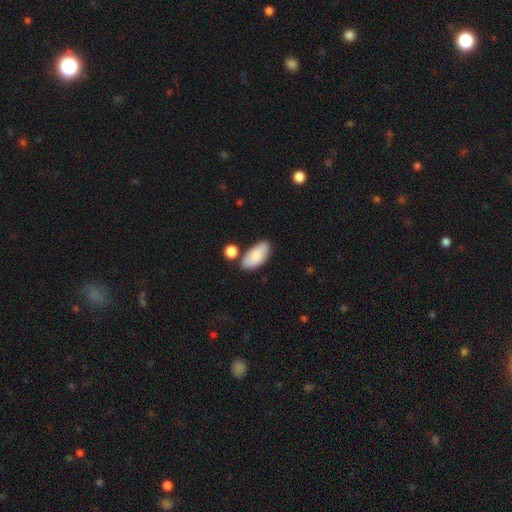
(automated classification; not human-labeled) A smooth galaxy with no disk features (84%) that is in between round and cigar-shaped (93%). Merging: none (69%).